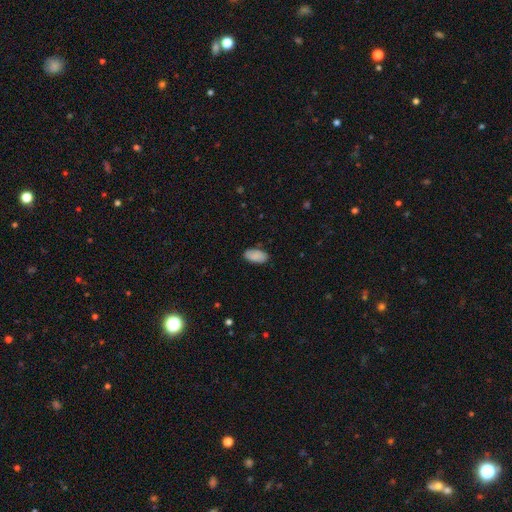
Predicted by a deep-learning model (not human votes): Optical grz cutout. It shows a smooth galaxy with no disk features (88%) that is in between round and cigar-shaped (95%). Merging: none (84%).